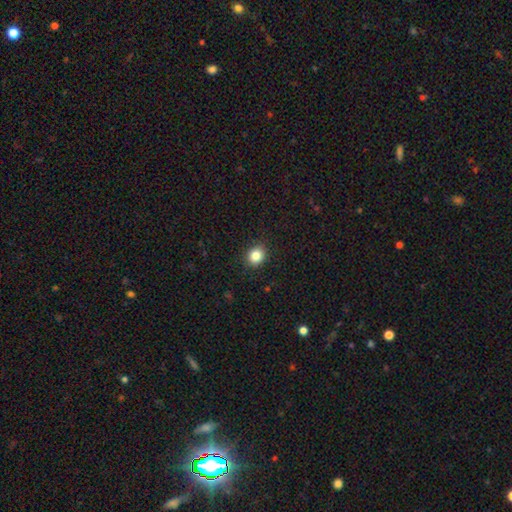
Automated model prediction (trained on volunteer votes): This appears to be a smooth galaxy with no disk features (85%) that is round (68%). Merging: none (90%).